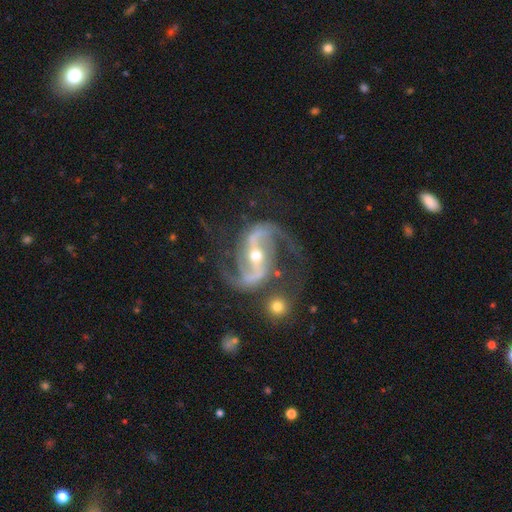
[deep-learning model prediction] Smooth or featured? featured or disk (93%)
Edge-on disk? no (98%)
Bar? strong (61%)
Spiral arms? yes (98%)
Spiral winding? medium (52%)
Spiral arm count? 2 (94%)
Bulge size? moderate (53%)
Merging? none (70%)